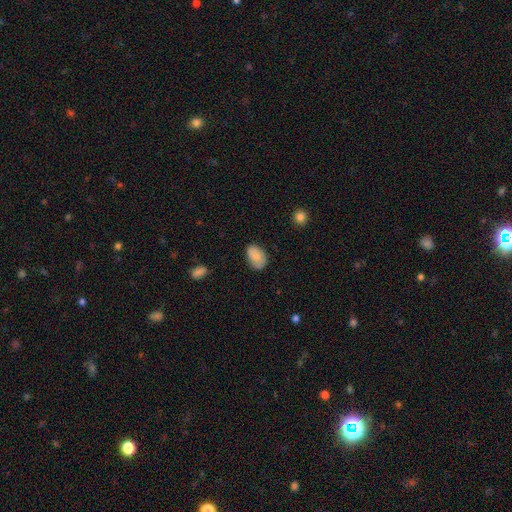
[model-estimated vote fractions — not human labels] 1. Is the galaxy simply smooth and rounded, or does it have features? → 80% smooth, 13% featured or disk, 7% star or artifact.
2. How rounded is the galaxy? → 89% in between, 10% round, 1% cigar-shaped.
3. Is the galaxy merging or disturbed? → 74% none, 21% minor disturbance, 4% major disturbance, 1% merger.